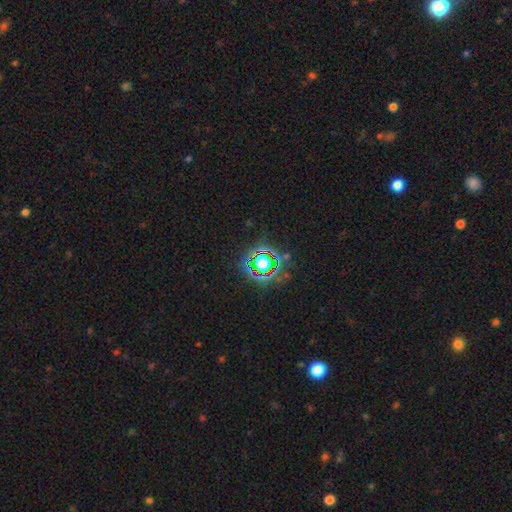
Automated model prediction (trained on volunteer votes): Q: Smooth or featured?
A: star or artifact (70%); runner-up: smooth (19%)